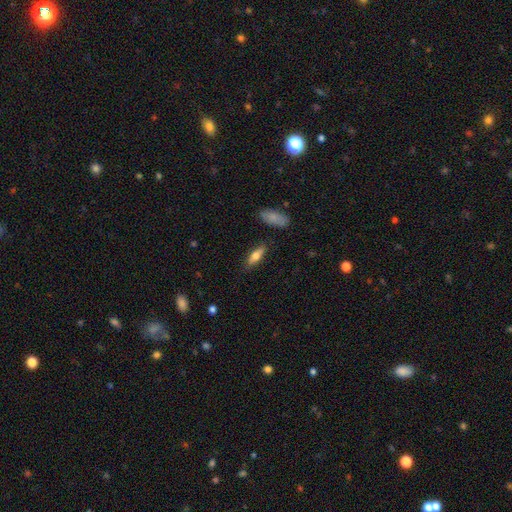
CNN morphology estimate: A smooth galaxy with no disk features (65%) that is in between round and cigar-shaped (57%).

Vote fractions:
- Smooth or featured? smooth: 65% / featured or disk: 29% / star or artifact: 7%
- How rounded? in between: 57% / cigar-shaped: 40% / round: 3%
- Merging? none: 83% / minor disturbance: 12% / major disturbance: 3% / merger: 2%